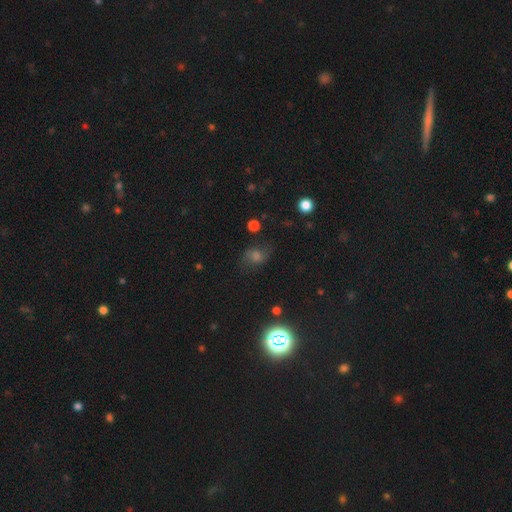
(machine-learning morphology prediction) Overall: smooth (45%; star or artifact 33%). Merging: none (69%).